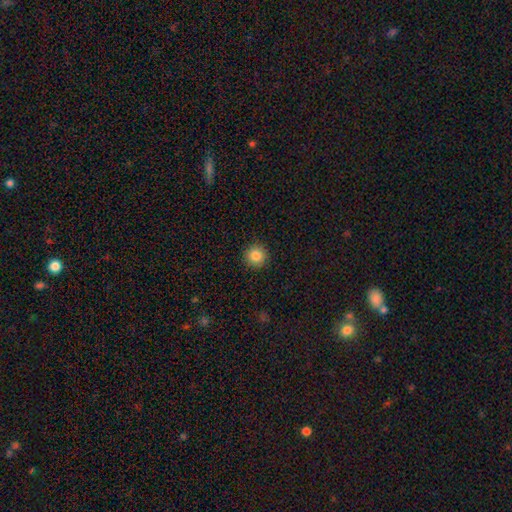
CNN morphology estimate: Overall: smooth (84%). How rounded: round (95%). Merging: none (92%).